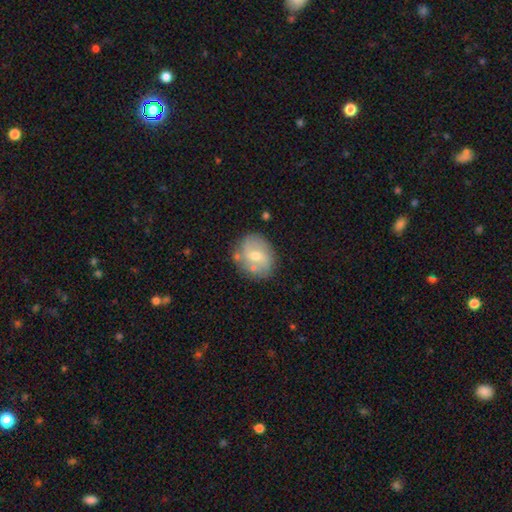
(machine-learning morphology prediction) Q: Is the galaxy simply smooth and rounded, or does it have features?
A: featured or disk — 46%, tied with smooth.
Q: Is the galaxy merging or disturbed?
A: none — 74%.